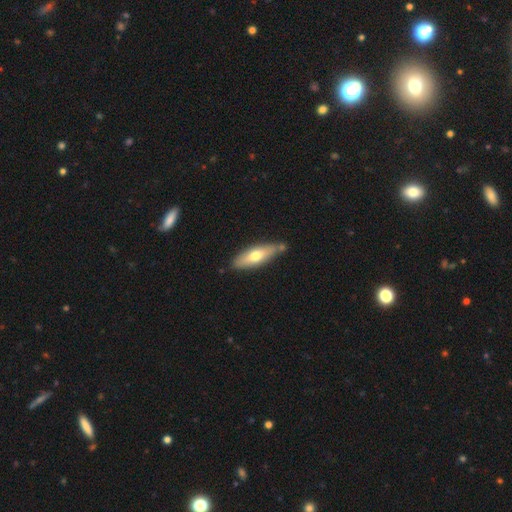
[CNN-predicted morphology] smooth-or-featured: smooth: 60% | featured or disk: 34% | star or artifact: 5%
  how-rounded: cigar-shaped: 49% (tied) | in between: 49% (tied) | round: 2%
  merging: none: 70% | minor disturbance: 17% | merger: 10% | major disturbance: 3%